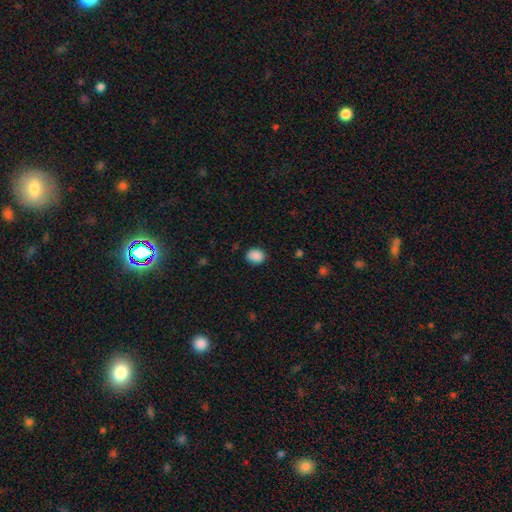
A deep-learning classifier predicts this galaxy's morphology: A smooth galaxy with no disk features (89%) that is in between round and cigar-shaped (55%). Merging: none (84%).